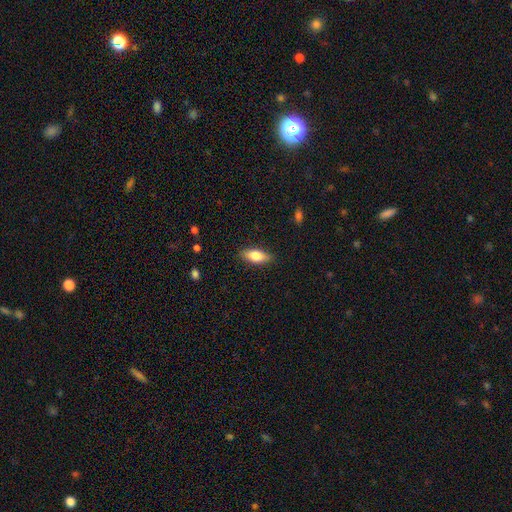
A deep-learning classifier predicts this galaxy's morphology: Q: Smooth or featured?
A: smooth (75%); runner-up: featured or disk (19%)
Q: How rounded?
A: in between (79%); runner-up: cigar-shaped (17%)
Q: Merging?
A: none (85%); runner-up: minor disturbance (12%)